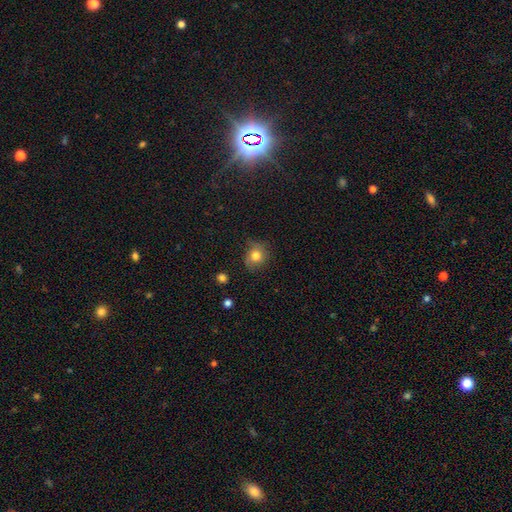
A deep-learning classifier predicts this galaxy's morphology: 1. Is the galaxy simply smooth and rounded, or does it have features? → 76% smooth, 13% featured or disk, 11% star or artifact.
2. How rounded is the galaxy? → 75% round, 24% in between, 1% cigar-shaped.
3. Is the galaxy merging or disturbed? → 66% none, 26% minor disturbance, 7% major disturbance, 2% merger.